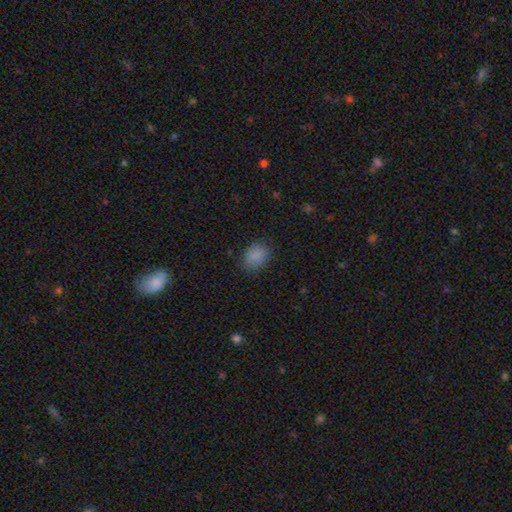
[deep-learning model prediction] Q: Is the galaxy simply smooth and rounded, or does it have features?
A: smooth — 86%.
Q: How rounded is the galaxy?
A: round — 50%.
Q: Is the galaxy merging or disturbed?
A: none — 83%.